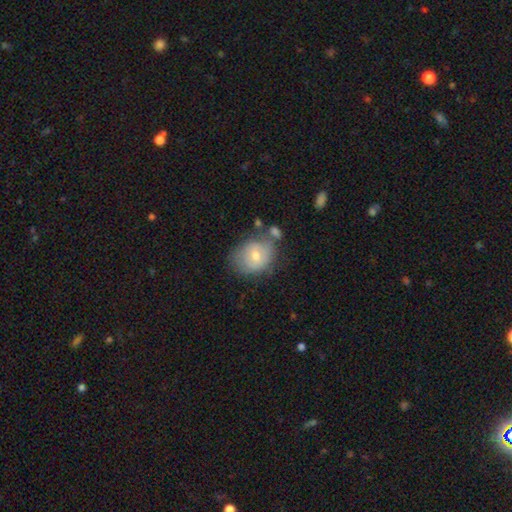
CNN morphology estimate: smooth-or-featured: smooth: 61% | featured or disk: 32% | star or artifact: 8%
  how-rounded: round: 52% | in between: 47% | cigar-shaped: 1%
  merging: none: 50% | minor disturbance: 26% | merger: 14% | major disturbance: 11%